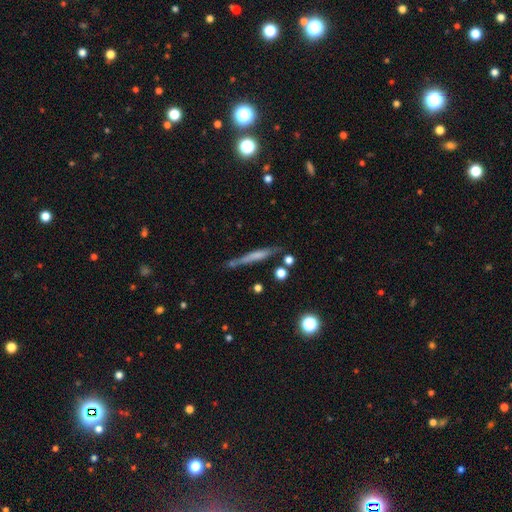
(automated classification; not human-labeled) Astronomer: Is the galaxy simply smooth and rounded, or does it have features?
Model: featured or disk — 46% (runner-up: smooth, 45%).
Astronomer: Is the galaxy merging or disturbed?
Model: none — 70%.